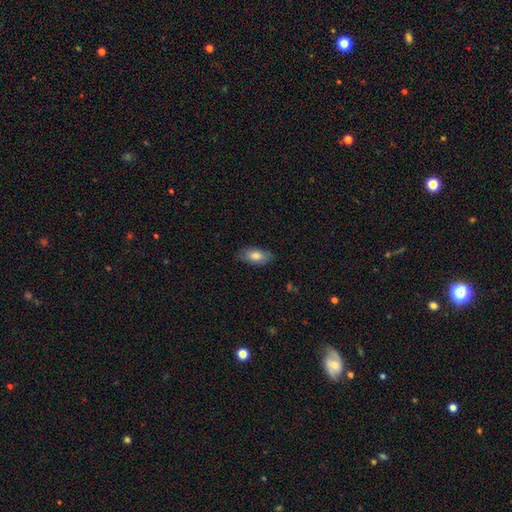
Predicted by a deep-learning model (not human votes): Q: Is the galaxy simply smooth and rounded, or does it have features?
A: smooth — 80%.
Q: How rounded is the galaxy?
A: in between — 89%.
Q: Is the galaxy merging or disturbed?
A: none — 80%.